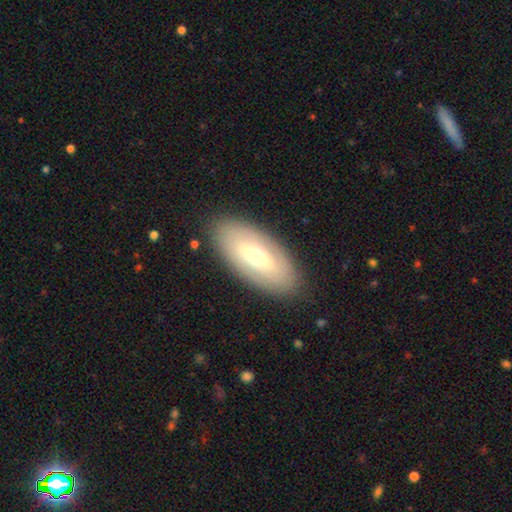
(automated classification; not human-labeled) A featured or disk galaxy (51%). Merging: none (86%).